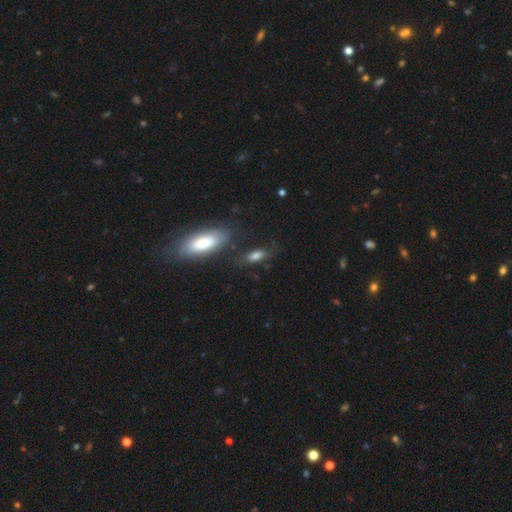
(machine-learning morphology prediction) Smooth or featured? Predicted: smooth (p=0.75). How rounded? Predicted: in between (p=0.74). Merging? Predicted: none (p=0.66).